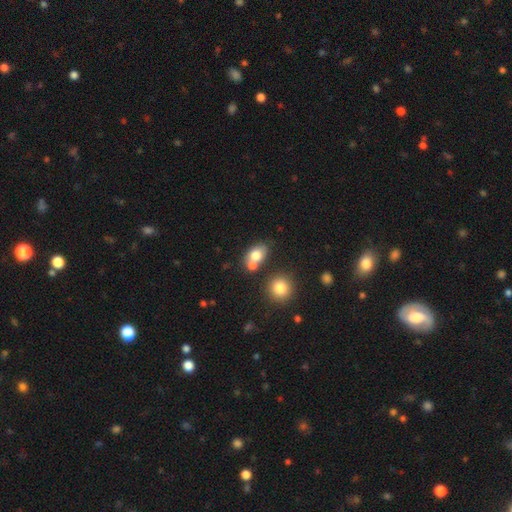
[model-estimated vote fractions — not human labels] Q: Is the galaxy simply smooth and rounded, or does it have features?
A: smooth — 76%.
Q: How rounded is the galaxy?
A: in between — 67%.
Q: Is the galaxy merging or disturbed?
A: none — 48%.